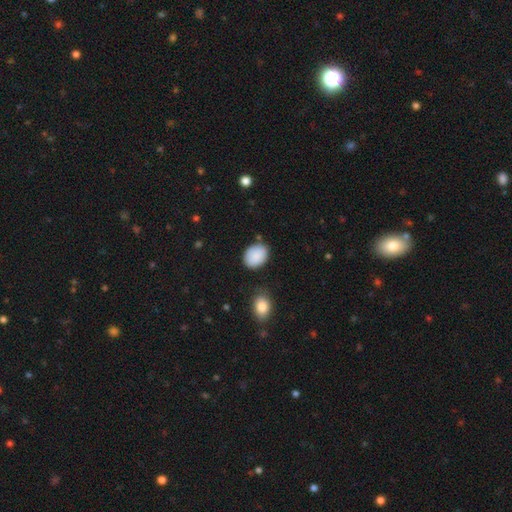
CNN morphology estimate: Smooth or featured? smooth (89%)
How rounded? in between (66%)
Merging? none (75%)